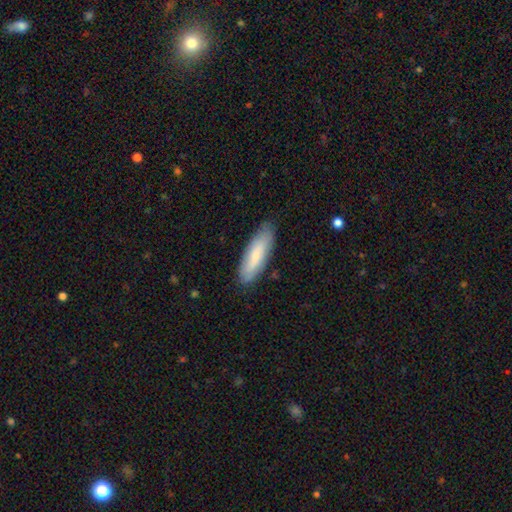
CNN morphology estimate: Smooth or featured?
  - smooth: 74% *
  - featured or disk: 21%
  - star or artifact: 6%
How rounded?
  - cigar-shaped: 50% *
  - in between: 49%
  - round: 1%
Merging?
  - none: 83% *
  - minor disturbance: 13%
  - major disturbance: 2%
  - merger: 1%